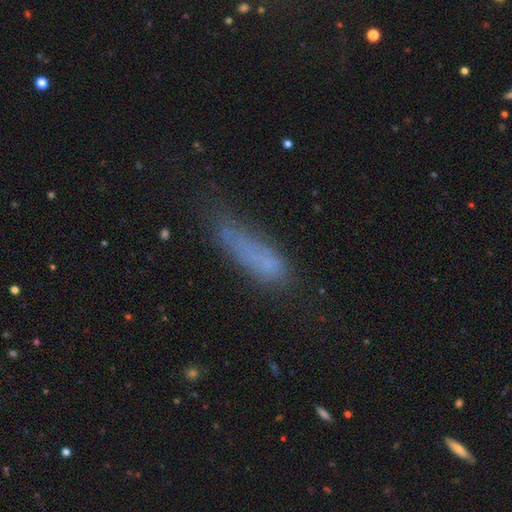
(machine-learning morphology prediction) Smooth or featured? smooth (63%)
How rounded? cigar-shaped (60%)
Merging? none (39%)